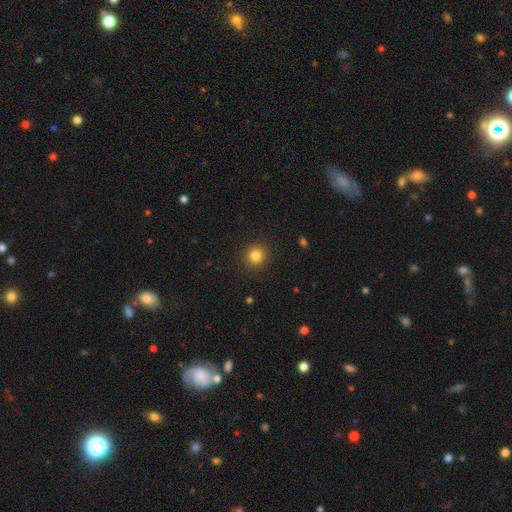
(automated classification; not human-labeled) This is clearly a smooth galaxy (83%). How rounded: clearly round (91%). Merging: clearly none (91%).